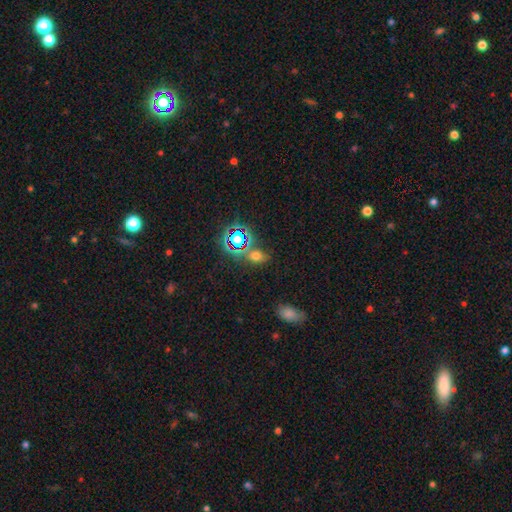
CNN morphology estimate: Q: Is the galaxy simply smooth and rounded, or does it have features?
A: smooth — 57%.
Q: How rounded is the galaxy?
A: in between — 69%.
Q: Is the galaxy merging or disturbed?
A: none — 72%.